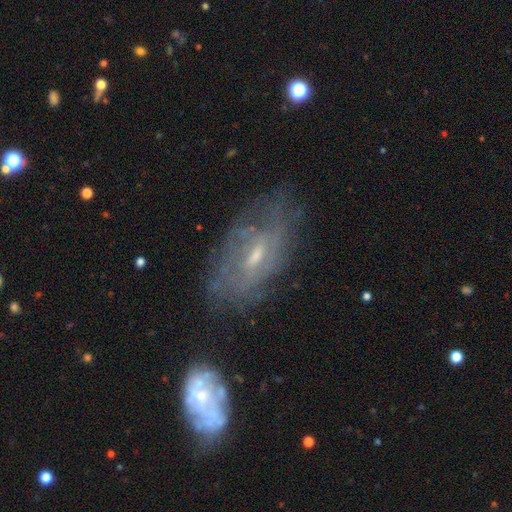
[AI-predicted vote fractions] The model was most divided on "bulge size": small: 54%, moderate: 38%, none: 5%, large: 2%, dominant: 1%. More confident: edge-on disk — no (89%); smooth or featured — featured or disk (69%); spiral arms — yes (68%); merging — none (60%); bar — weak (52%).